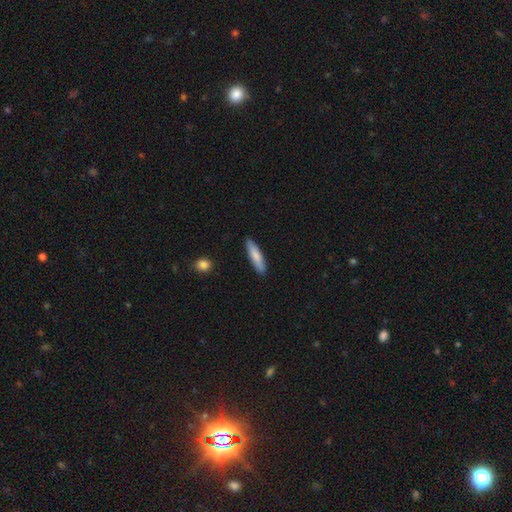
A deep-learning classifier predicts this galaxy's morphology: Smooth or featured? smooth (78%)
How rounded? cigar-shaped (79%)
Merging? none (88%)